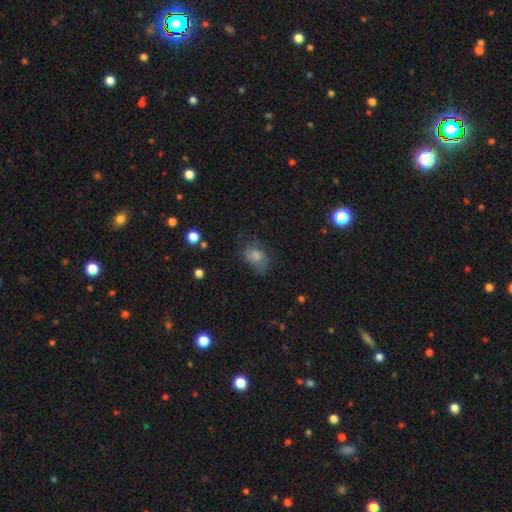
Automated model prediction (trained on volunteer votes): This is possibly a smooth galaxy (59%). How rounded: likely in between (74%). Merging: possibly none (49%).